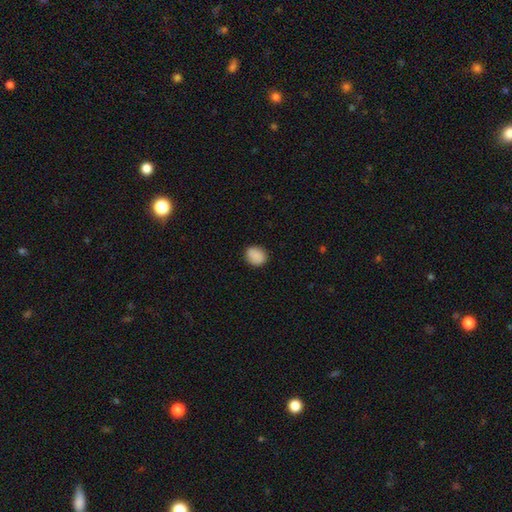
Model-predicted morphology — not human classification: A smooth galaxy with no disk features (88%) that is round (62%). Merging: none (86%).